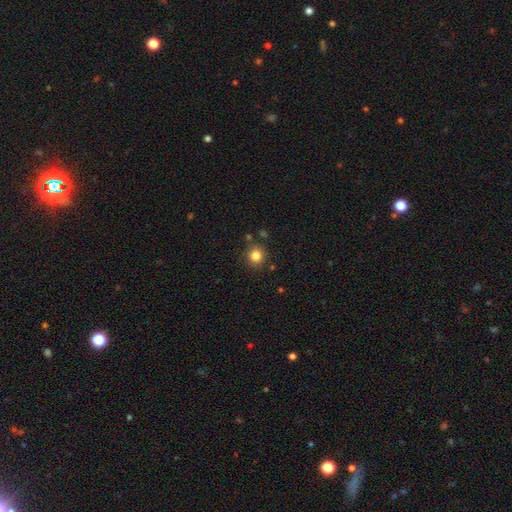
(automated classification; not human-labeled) Smooth or featured? Predicted: smooth (p=0.83). How rounded? Predicted: round (p=0.91). Merging? Predicted: none (p=0.86).